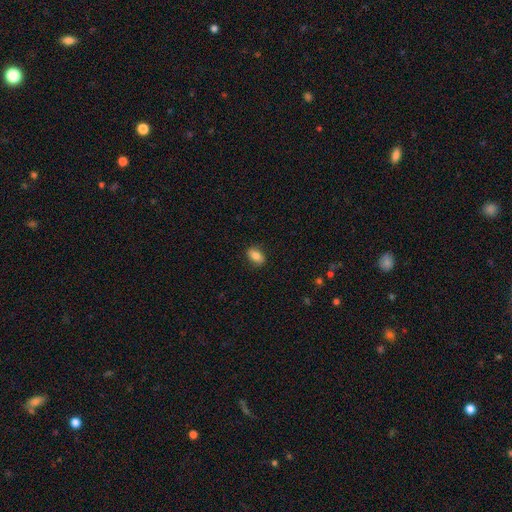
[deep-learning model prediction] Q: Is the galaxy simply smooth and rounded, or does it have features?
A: smooth — 82%.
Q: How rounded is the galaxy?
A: in between — 86%.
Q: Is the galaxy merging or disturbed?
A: none — 86%.